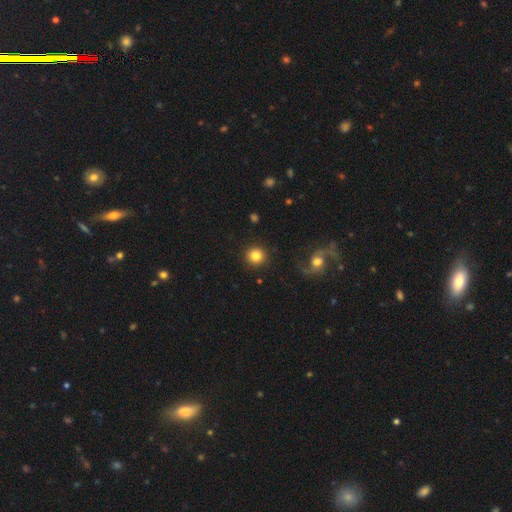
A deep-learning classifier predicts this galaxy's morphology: The model was most divided on "smooth or featured": smooth: 82%, star or artifact: 10%, featured or disk: 8%. More confident: how rounded — round (95%); merging — none (91%).